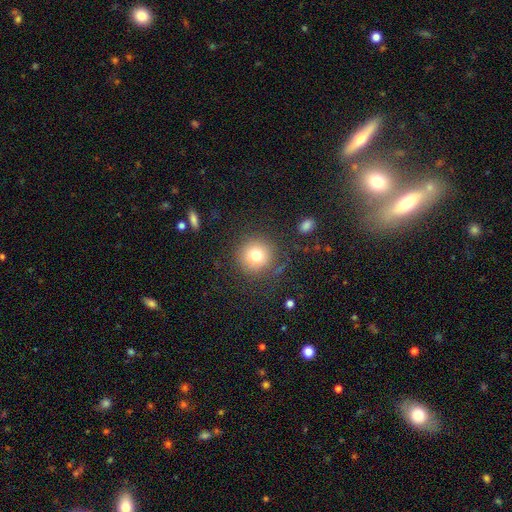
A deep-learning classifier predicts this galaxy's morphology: Overall: smooth (76%). How rounded: round (94%). Merging: none (85%).